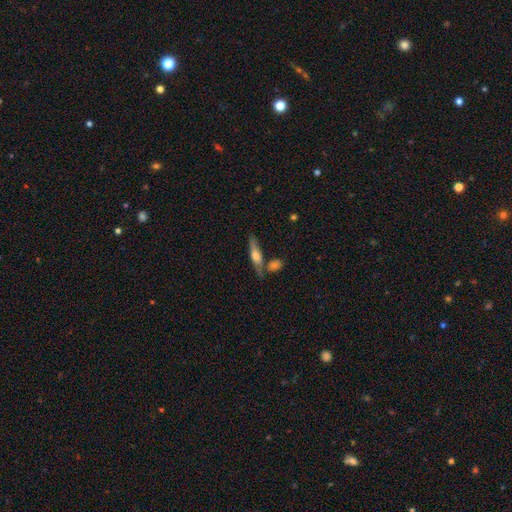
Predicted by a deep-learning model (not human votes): Smooth or featured: featured or disk — 50% (smooth — 43%)
Merging: none — 62% (merger — 18%)